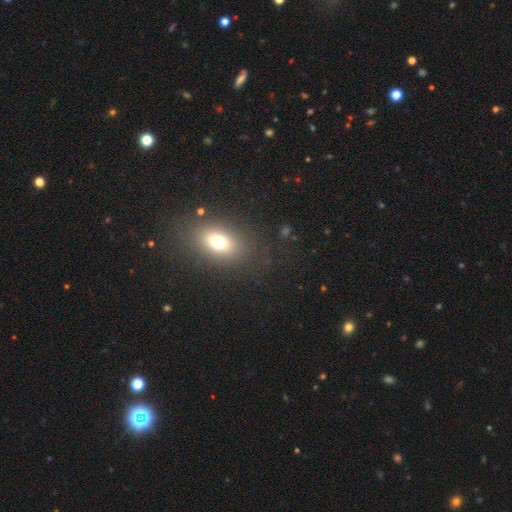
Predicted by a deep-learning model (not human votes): Morphology: type=smooth (66%); roundness=in between (77%); merging=none (88%).